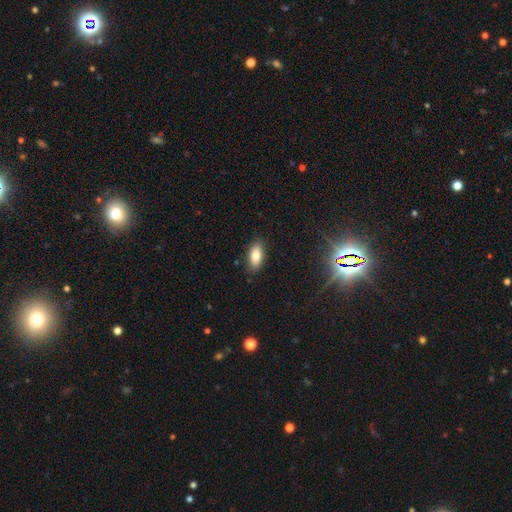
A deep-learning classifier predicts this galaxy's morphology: type=smooth (81%); roundness=in between (90%); merging=none (87%).